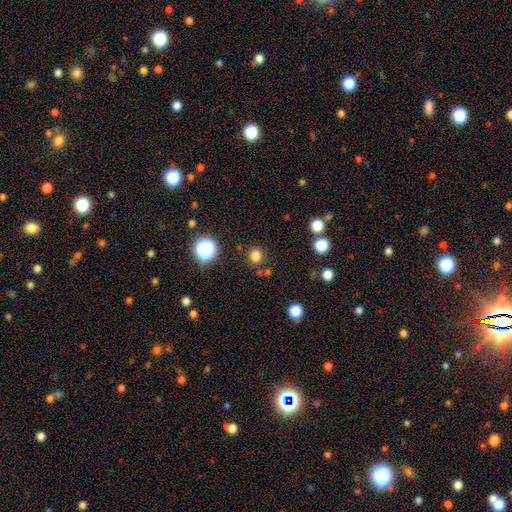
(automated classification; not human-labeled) A smooth galaxy with no disk features (80%) that is round (89%). Merging: none (87%).